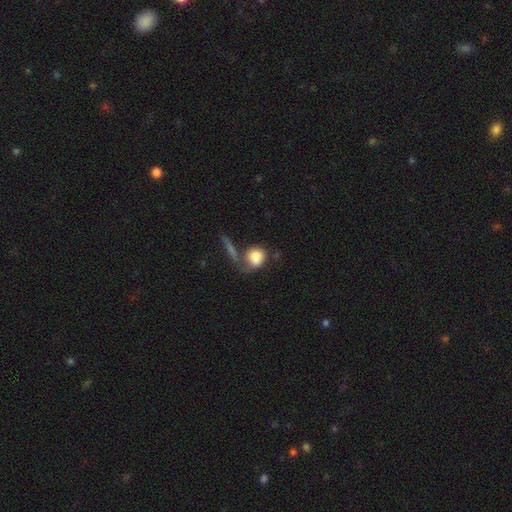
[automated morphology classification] Smooth or featured? Predicted: smooth (p=0.76). How rounded? Predicted: round (p=0.57). Merging? Predicted: none (p=0.33).